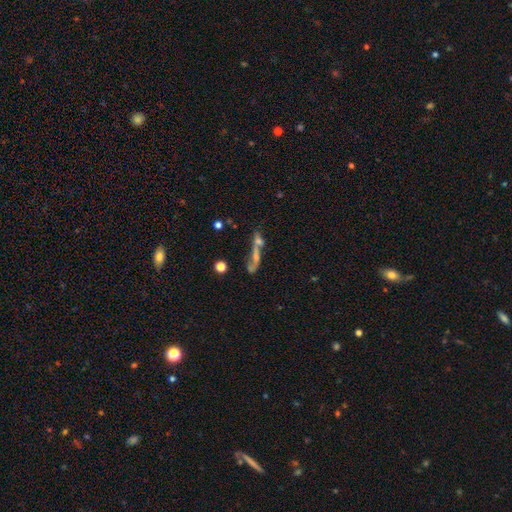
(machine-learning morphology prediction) Smooth or featured? Predicted: featured or disk (p=0.48). Merging? Predicted: merger (p=0.44).